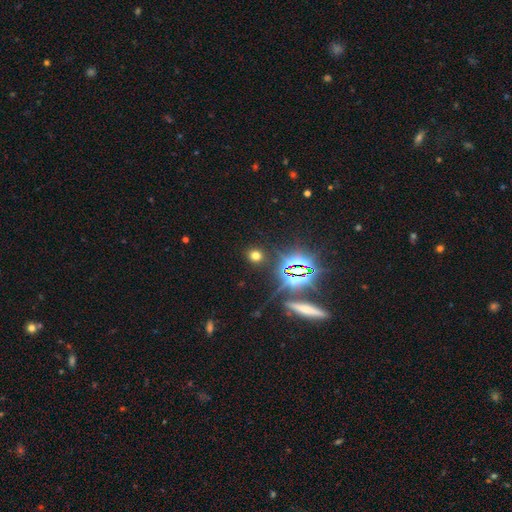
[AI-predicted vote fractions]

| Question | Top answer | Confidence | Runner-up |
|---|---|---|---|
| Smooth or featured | smooth | 59% | star or artifact (34%) |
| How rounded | round | 79% | in between (19%) |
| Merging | none | 88% | minor disturbance (7%) |